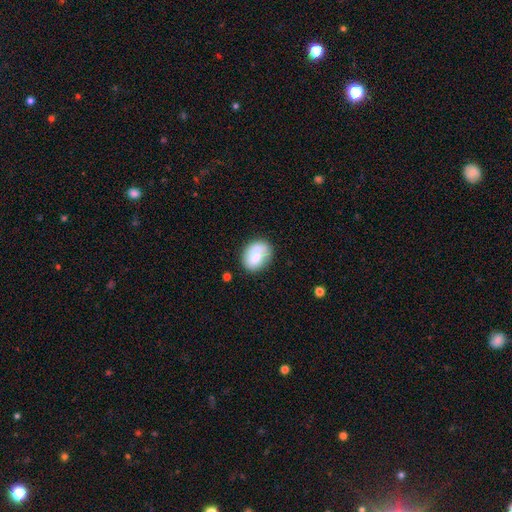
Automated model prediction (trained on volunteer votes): A smooth galaxy with no disk features (72%) that is in between round and cigar-shaped (66%).

Vote fractions:
- Smooth or featured? smooth: 72% / featured or disk: 20% / star or artifact: 7%
- How rounded? in between: 66% / round: 33% / cigar-shaped: 1%
- Merging? none: 65% / minor disturbance: 22% / major disturbance: 7% / merger: 6%